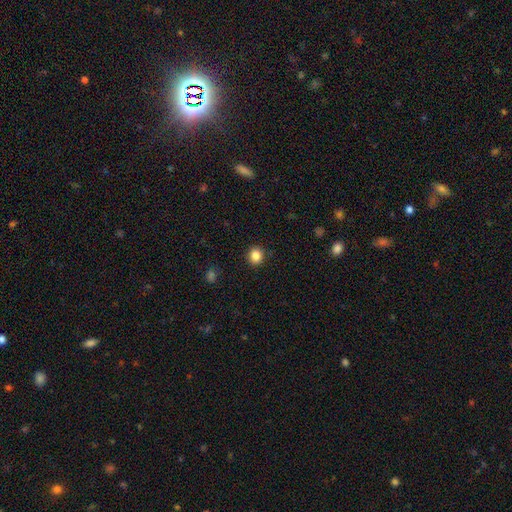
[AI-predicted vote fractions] Morphology: type=smooth (85%); roundness=round (87%); merging=none (91%).